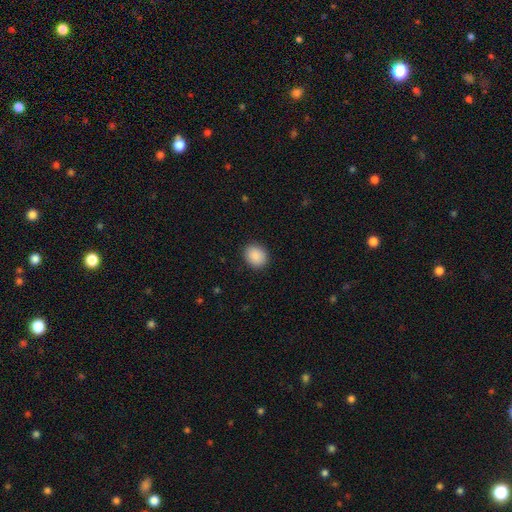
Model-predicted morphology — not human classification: smooth-or-featured: smooth: 90% | star or artifact: 8% | featured or disk: 3%
  how-rounded: round: 58% | in between: 41% | cigar-shaped: 1%
  merging: none: 90% | minor disturbance: 7% | major disturbance: 2% | merger: 1%